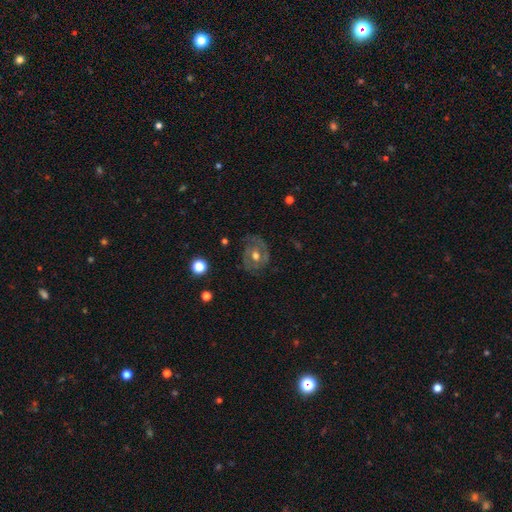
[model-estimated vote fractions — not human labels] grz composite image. It shows a featured or disk galaxy (61%) with no bar (73%), spiral arms (52%) and a moderate central bulge (76%). Merging: none (68%).